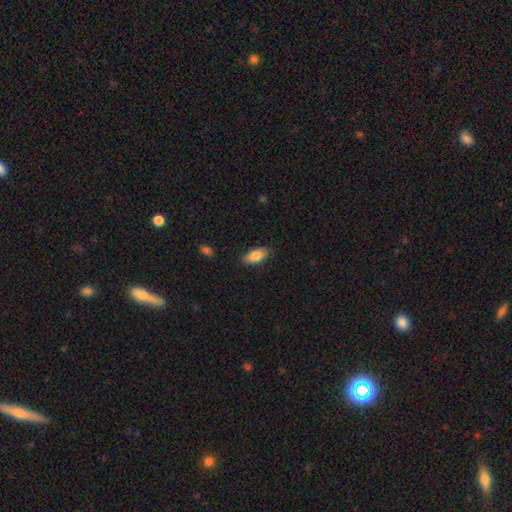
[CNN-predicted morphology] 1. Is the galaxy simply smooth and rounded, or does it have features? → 83% smooth, 10% featured or disk, 6% star or artifact.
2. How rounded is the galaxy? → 89% in between, 9% cigar-shaped, 3% round.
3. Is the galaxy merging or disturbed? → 86% none, 10% minor disturbance, 2% major disturbance, 1% merger.